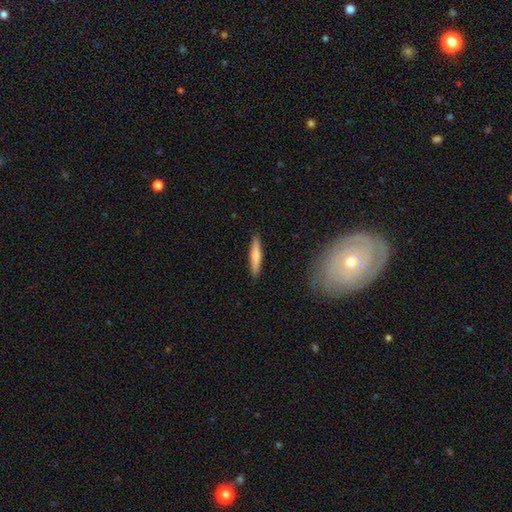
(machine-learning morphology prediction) Smooth or featured? Predicted: smooth (p=0.69). How rounded? Predicted: cigar-shaped (p=0.90). Merging? Predicted: none (p=0.90).